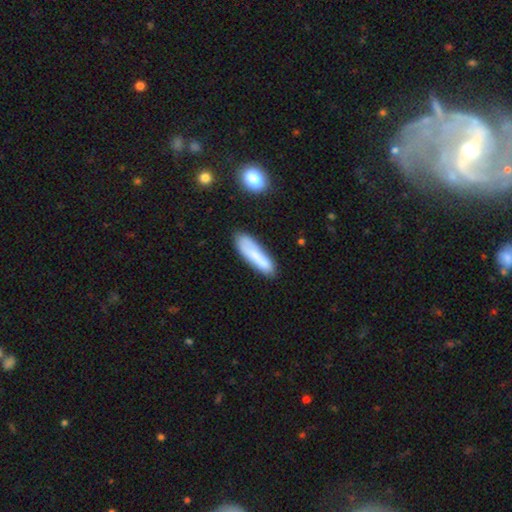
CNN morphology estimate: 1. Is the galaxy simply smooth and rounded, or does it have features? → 77% smooth, 17% featured or disk, 7% star or artifact.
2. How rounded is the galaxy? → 71% cigar-shaped, 27% in between, 2% round.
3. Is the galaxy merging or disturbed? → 73% none, 18% minor disturbance, 4% merger, 4% major disturbance.